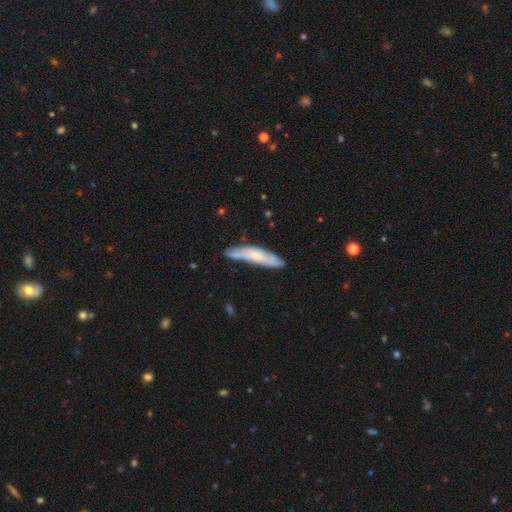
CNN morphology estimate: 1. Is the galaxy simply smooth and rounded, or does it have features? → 53% smooth, 41% featured or disk, 6% star or artifact.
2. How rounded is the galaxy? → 84% cigar-shaped, 15% in between, 1% round.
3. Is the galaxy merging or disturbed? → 72% none, 21% minor disturbance, 4% major disturbance, 4% merger.